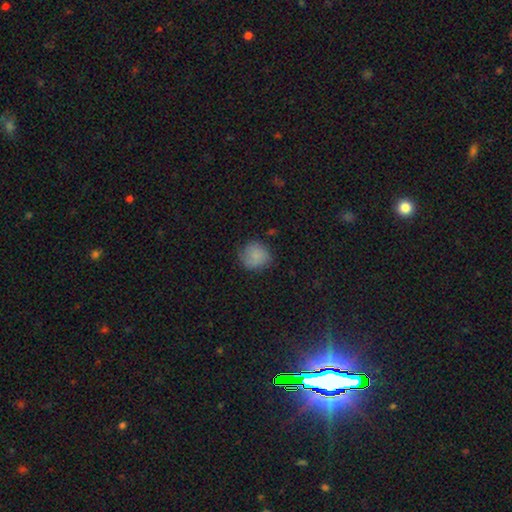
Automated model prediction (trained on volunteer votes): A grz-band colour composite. It shows a smooth galaxy with no disk features (78%) that is round (86%). Merging: none (67%).